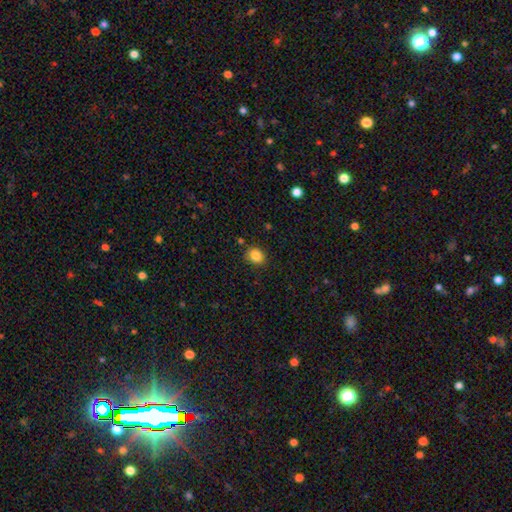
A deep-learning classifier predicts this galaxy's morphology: smooth 85%, star or artifact 10%, featured or disk 5%. Down the decision tree: how rounded — round (63%); merging — none (84%).